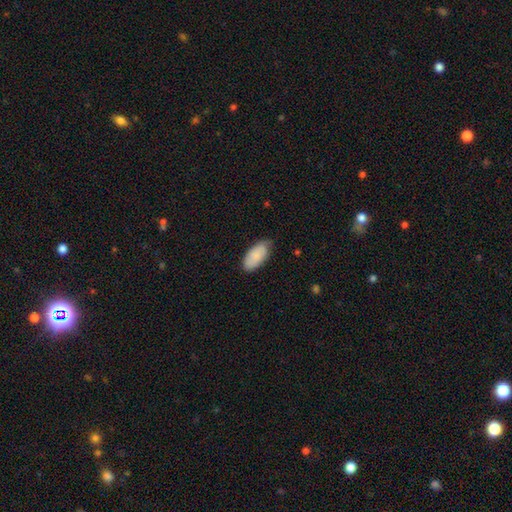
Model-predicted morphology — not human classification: Smooth or featured?
  - smooth: 83% *
  - featured or disk: 12%
  - star or artifact: 6%
How rounded?
  - in between: 93% *
  - cigar-shaped: 5%
  - round: 2%
Merging?
  - none: 67% *
  - minor disturbance: 28%
  - major disturbance: 4%
  - merger: 1%